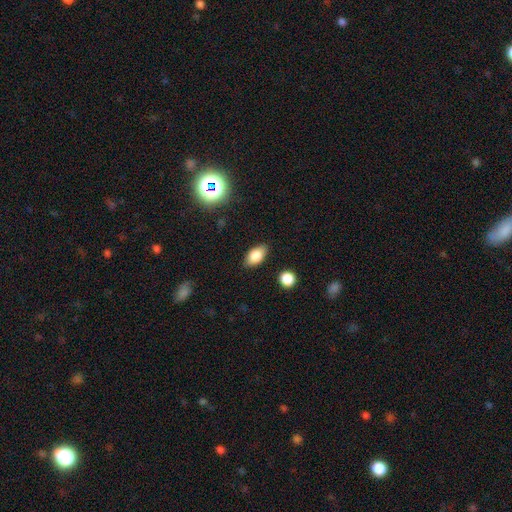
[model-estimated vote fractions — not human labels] Overall: smooth (80%). How rounded: in between (89%). Merging: none (85%).